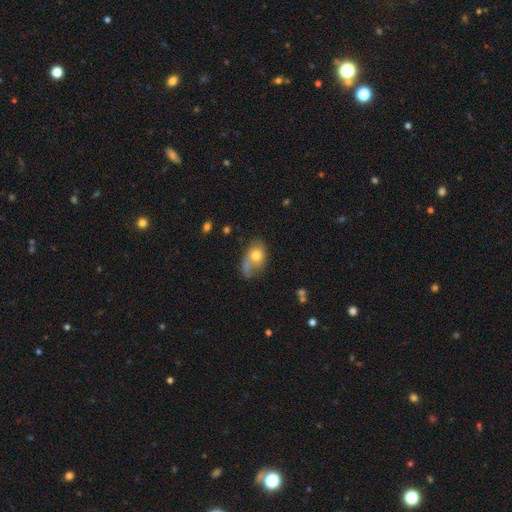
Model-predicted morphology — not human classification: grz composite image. It shows a smooth galaxy with no disk features (67%) that is in between round and cigar-shaped (77%). Merging: none (37%).